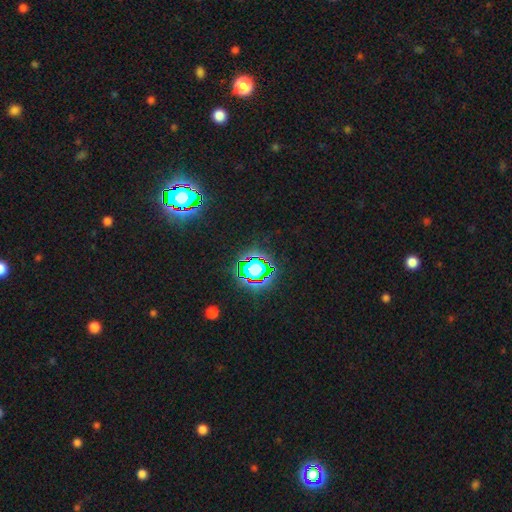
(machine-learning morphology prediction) Smooth or featured: star or artifact — 79% (smooth — 13%)